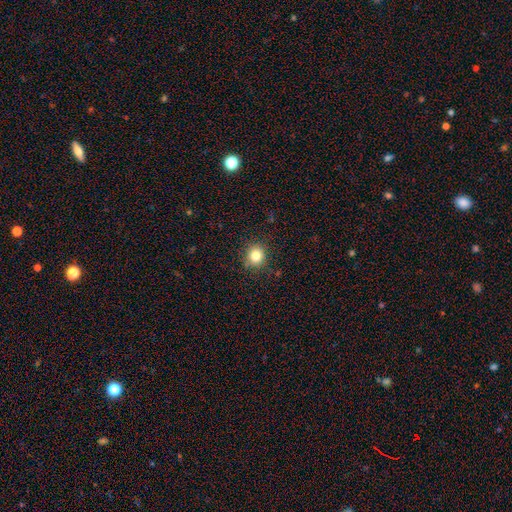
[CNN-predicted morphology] Smooth or featured? Predicted: smooth (p=0.82). How rounded? Predicted: round (p=0.83). Merging? Predicted: none (p=0.87).